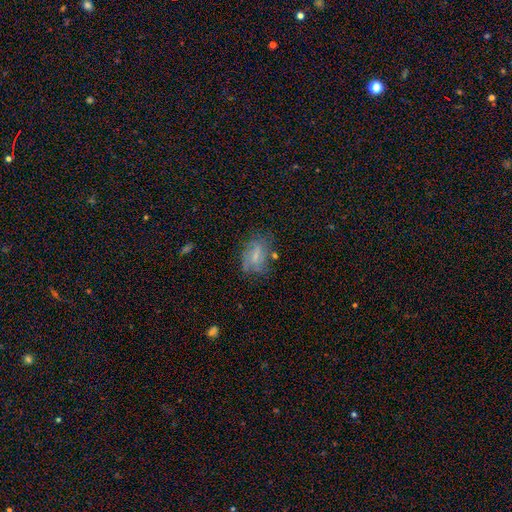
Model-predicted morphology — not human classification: The model was most divided on "smooth or featured": featured or disk: 45%, smooth: 43%, star or artifact: 12%. More confident: merging — none (56%).